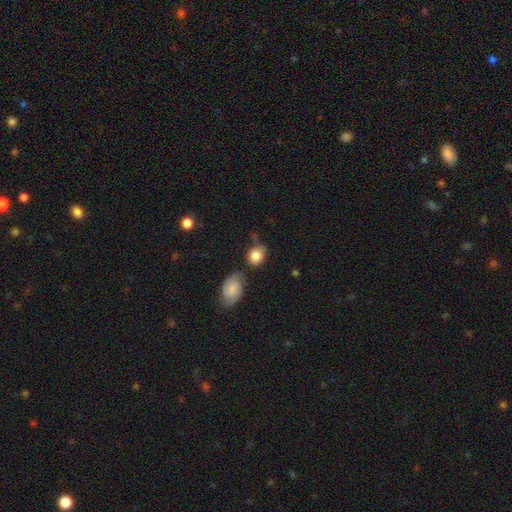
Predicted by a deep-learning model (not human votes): Smooth or featured? Predicted: smooth (p=0.82). How rounded? Predicted: in between (p=0.51). Merging? Predicted: none (p=0.55).